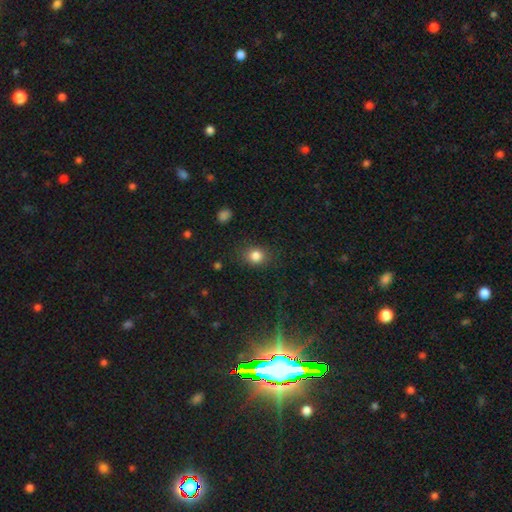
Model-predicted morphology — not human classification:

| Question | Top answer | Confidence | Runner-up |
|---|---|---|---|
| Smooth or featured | smooth | 83% | star or artifact (12%) |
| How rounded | round | 68% | in between (31%) |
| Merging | none | 84% | minor disturbance (11%) |